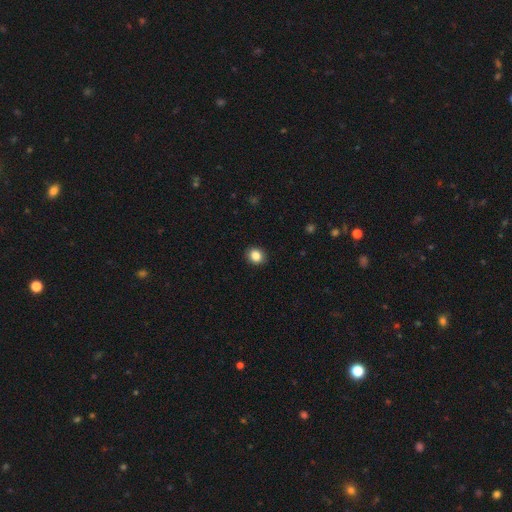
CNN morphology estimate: Smooth or featured? smooth (85%)
How rounded? round (70%)
Merging? none (91%)